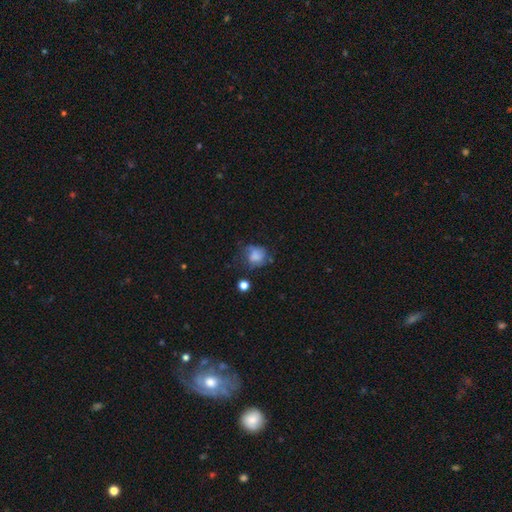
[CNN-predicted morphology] Q: Smooth or featured?
A: smooth (68%); runner-up: featured or disk (20%)
Q: How rounded?
A: round (62%); runner-up: in between (37%)
Q: Merging?
A: none (40%); runner-up: minor disturbance (31%)